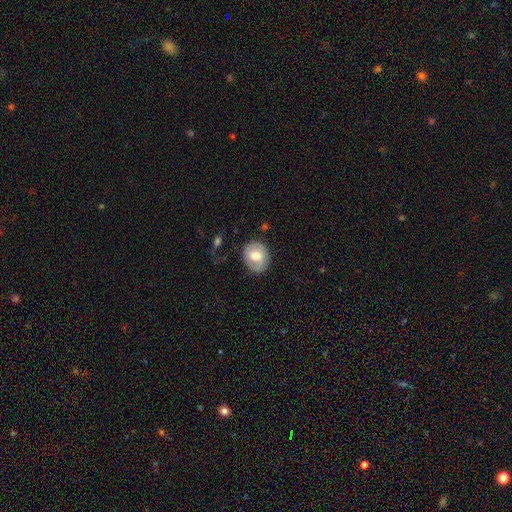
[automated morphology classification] Smooth or featured: smooth — 64% (featured or disk — 29%)
How rounded: round — 61% (in between — 38%)
Merging: none — 77% (minor disturbance — 16%)